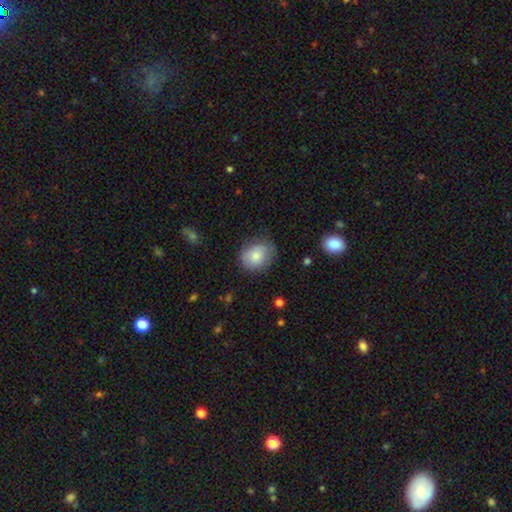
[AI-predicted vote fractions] Morphology: type=smooth (78%); roundness=round (55%); merging=none (73%).